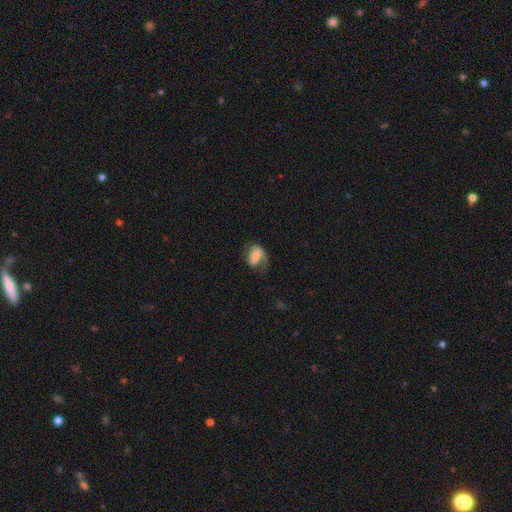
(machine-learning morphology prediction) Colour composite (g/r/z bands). It shows a featured or disk galaxy (57%) with a weak bar (40%), spiral arms (88%) and a small central bulge (40%). Merging: none (47%).